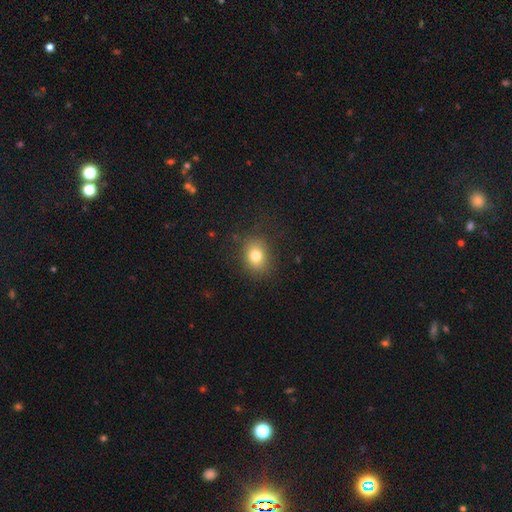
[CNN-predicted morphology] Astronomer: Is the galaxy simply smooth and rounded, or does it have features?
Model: smooth — 78%.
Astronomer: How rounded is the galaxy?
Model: round — 50% (runner-up: in between, 49%).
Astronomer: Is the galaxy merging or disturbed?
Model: none — 82%.